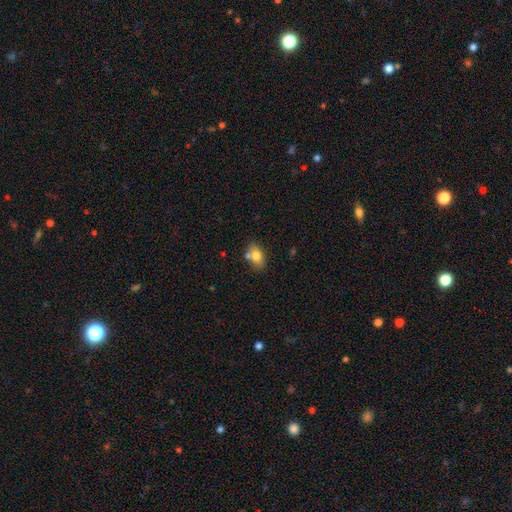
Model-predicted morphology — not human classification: This appears to be a smooth galaxy with no disk features (75%) that is in between round and cigar-shaped (83%). Merging: none (66%).